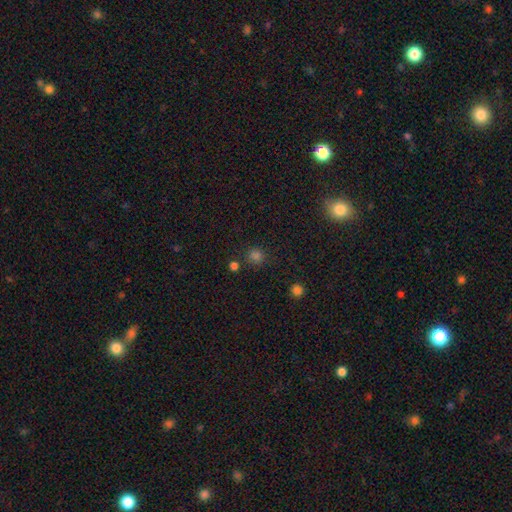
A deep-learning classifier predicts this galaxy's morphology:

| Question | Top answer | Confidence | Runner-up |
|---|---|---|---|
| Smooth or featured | smooth | 72% | star or artifact (23%) |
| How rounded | round | 90% | in between (9%) |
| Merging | none | 82% | minor disturbance (10%) |